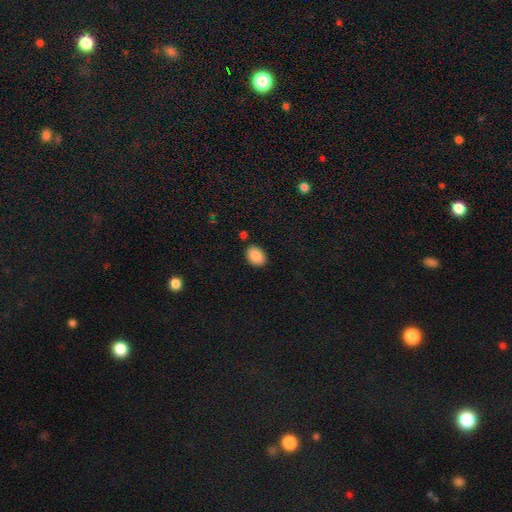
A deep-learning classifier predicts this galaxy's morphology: This is clearly a smooth galaxy (88%). How rounded: likely in between (80%). Merging: clearly none (84%).